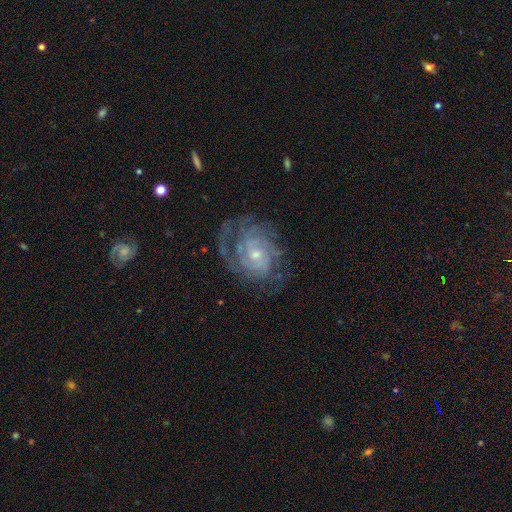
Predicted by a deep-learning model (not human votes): Smooth or featured? Predicted: featured or disk (p=0.78). Edge-on disk? Predicted: no (p=0.97). Bar? Predicted: no (p=0.62). Spiral arms? Predicted: yes (p=0.92). Spiral winding? Predicted: tight (p=0.61). Spiral arm count? Predicted: can't tell (p=0.38). Bulge size? Predicted: small (p=0.62). Merging? Predicted: none (p=0.70).